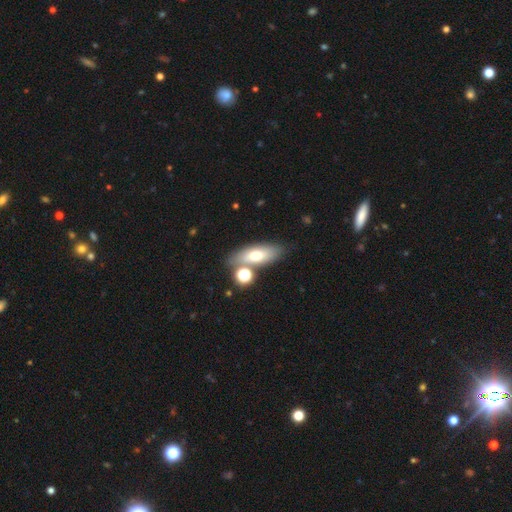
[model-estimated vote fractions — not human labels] This appears to be a smooth galaxy with no disk features (66%) that is in between round and cigar-shaped (70%). Merging: none (66%).